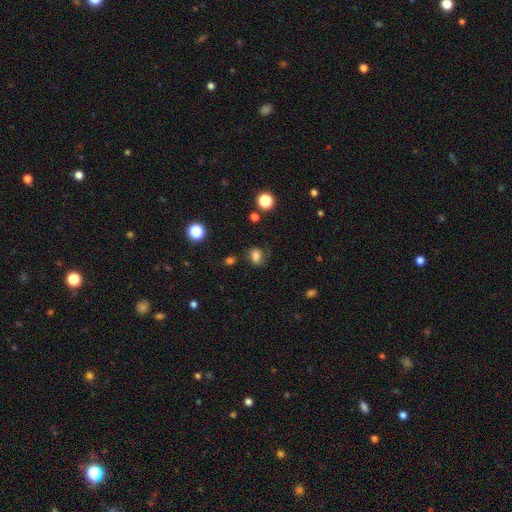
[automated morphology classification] Smooth or featured?
  - smooth: 76% *
  - star or artifact: 15%
  - featured or disk: 9%
How rounded?
  - in between: 63% *
  - round: 36%
  - cigar-shaped: 1%
Merging?
  - none: 65% *
  - minor disturbance: 23%
  - major disturbance: 9%
  - merger: 3%